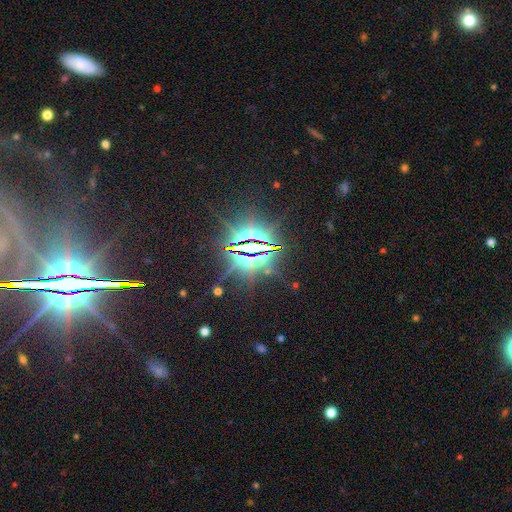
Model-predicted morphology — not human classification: Smooth or featured?
  - star or artifact: 86% *
  - featured or disk: 7%
  - smooth: 6%